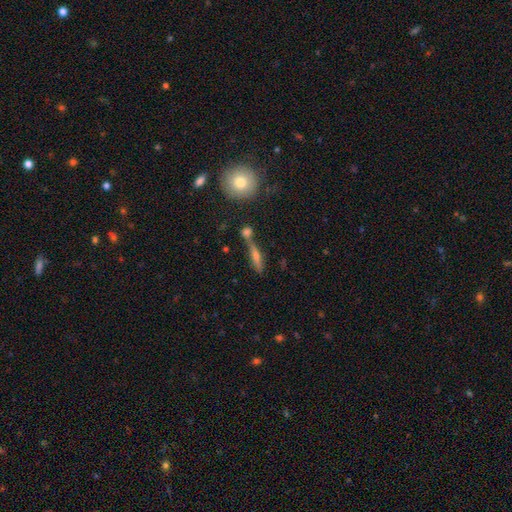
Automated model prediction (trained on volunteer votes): A featured or disk galaxy (52%) viewed edge-on (89%).

Vote fractions:
- Smooth or featured? featured or disk: 52% / smooth: 37% / star or artifact: 12%
- Edge-on disk? yes: 89% / no: 11%
- Merging? none: 65% / merger: 18% / minor disturbance: 12% / major disturbance: 5%